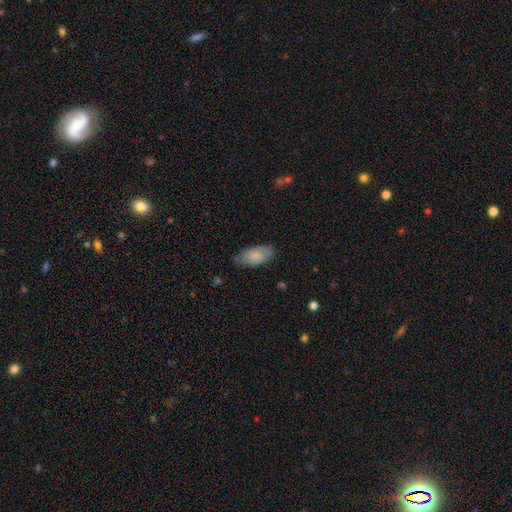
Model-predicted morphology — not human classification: Smooth or featured: smooth — 76% (featured or disk — 17%)
How rounded: in between — 93% (cigar-shaped — 4%)
Merging: none — 68% (minor disturbance — 24%)